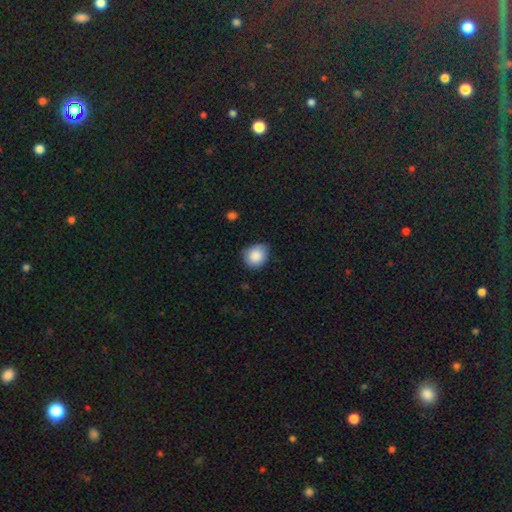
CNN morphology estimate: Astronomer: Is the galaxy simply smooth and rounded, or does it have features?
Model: smooth — 87%.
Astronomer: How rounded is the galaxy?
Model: round — 71%.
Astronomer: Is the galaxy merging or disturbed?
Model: none — 66%.